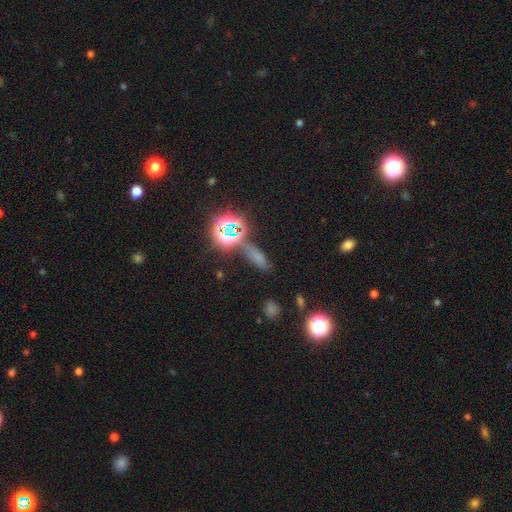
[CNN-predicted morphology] Q: Smooth or featured?
A: smooth (47%); runner-up: star or artifact (41%)
Q: Merging?
A: none (67%); runner-up: minor disturbance (16%)